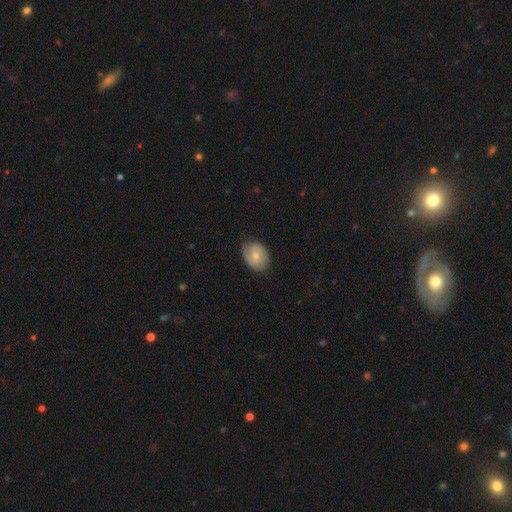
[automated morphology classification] A featured or disk galaxy (48%). Merging: none (77%).